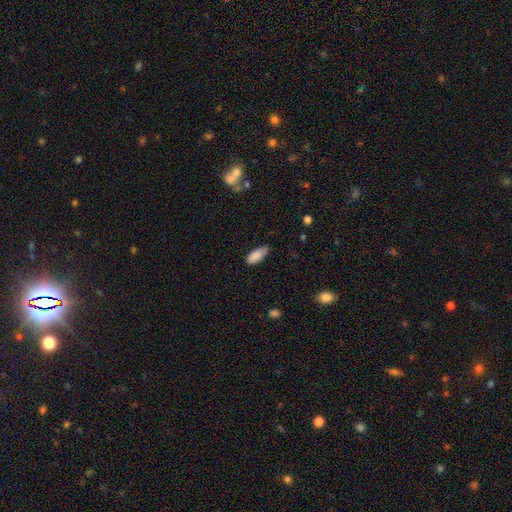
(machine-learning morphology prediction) smooth 88%, star or artifact 7%, featured or disk 6%. Down the decision tree: how rounded — in between (82%); merging — none (69%).